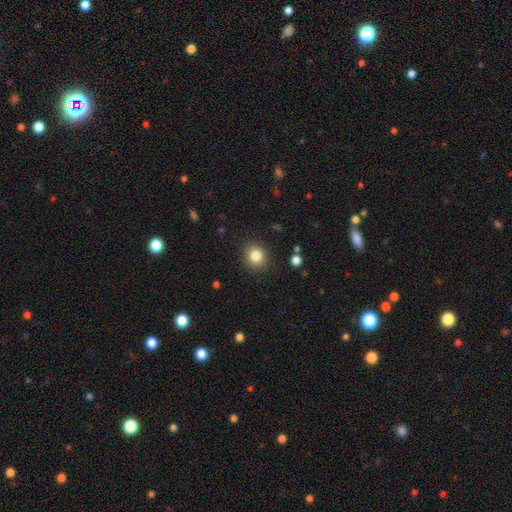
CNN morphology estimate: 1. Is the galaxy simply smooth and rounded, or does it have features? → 83% smooth, 11% star or artifact, 6% featured or disk.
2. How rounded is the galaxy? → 82% round, 17% in between, 1% cigar-shaped.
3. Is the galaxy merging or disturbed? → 89% none, 7% minor disturbance, 2% major disturbance, 1% merger.